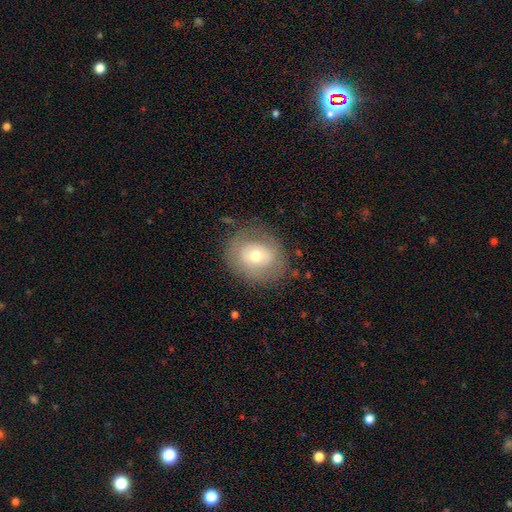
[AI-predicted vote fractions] smooth 55%, featured or disk 36%, star or artifact 9%. Down the decision tree: how rounded — round (62%); merging — none (76%).